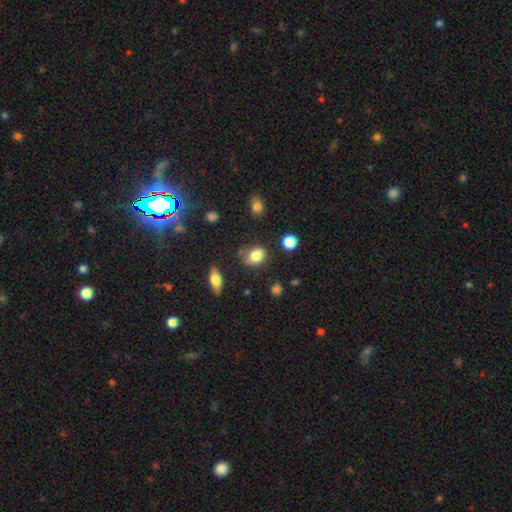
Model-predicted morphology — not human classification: Smooth or featured?
  - smooth: 82% *
  - star or artifact: 10%
  - featured or disk: 8%
How rounded?
  - round: 51% *
  - in between: 47%
  - cigar-shaped: 1%
Merging?
  - none: 67% *
  - minor disturbance: 22%
  - major disturbance: 6%
  - merger: 6%